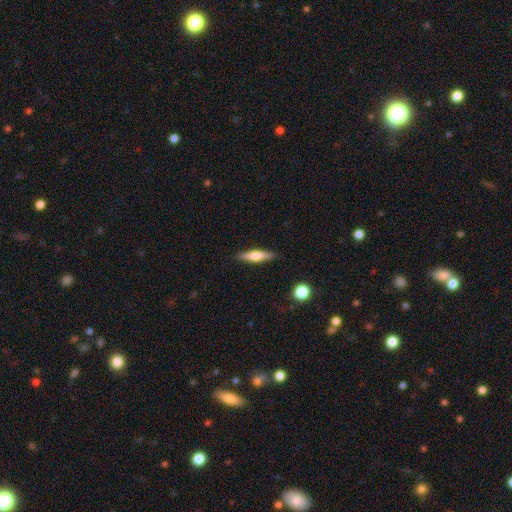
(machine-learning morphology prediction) Q: Smooth or featured?
A: smooth (53%); runner-up: featured or disk (40%)
Q: How rounded?
A: cigar-shaped (78%); runner-up: in between (20%)
Q: Merging?
A: none (88%); runner-up: minor disturbance (8%)